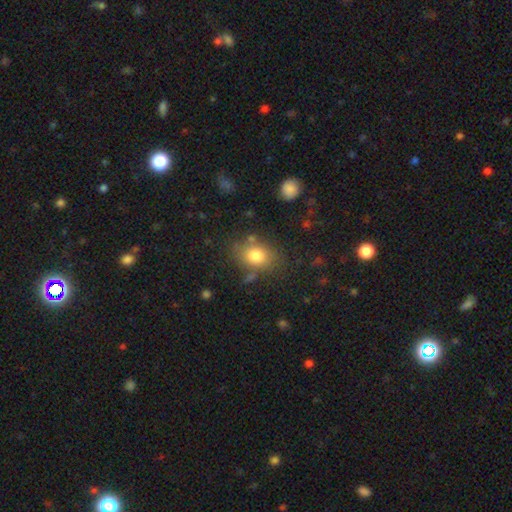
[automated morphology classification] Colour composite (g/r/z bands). It shows a smooth galaxy with no disk features (79%) that is in between round and cigar-shaped (65%). Merging: none (73%).